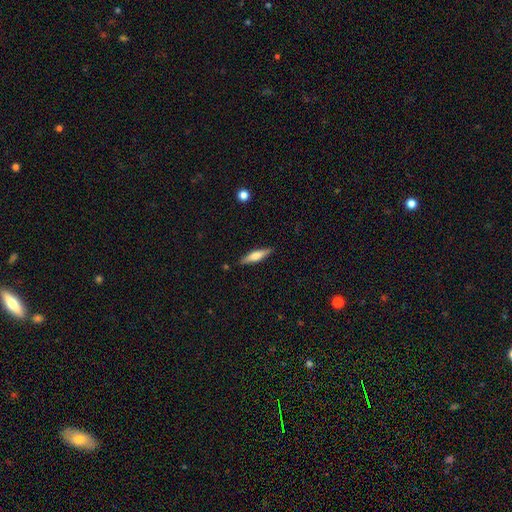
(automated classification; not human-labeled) A smooth galaxy with no disk features (56%) that is cigar-shaped (76%). Merging: none (87%).